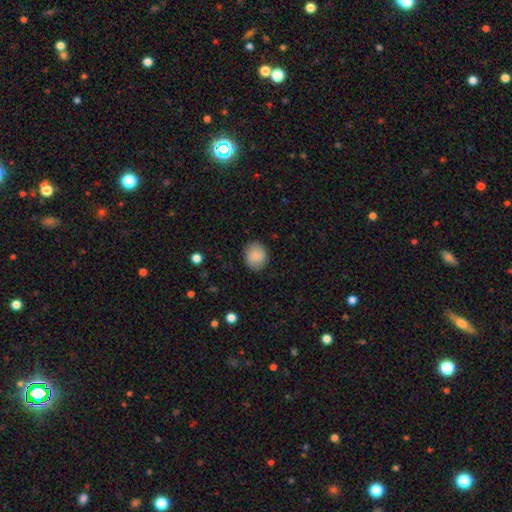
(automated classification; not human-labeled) A smooth galaxy with no disk features (87%) that is round (67%). Merging: none (86%).